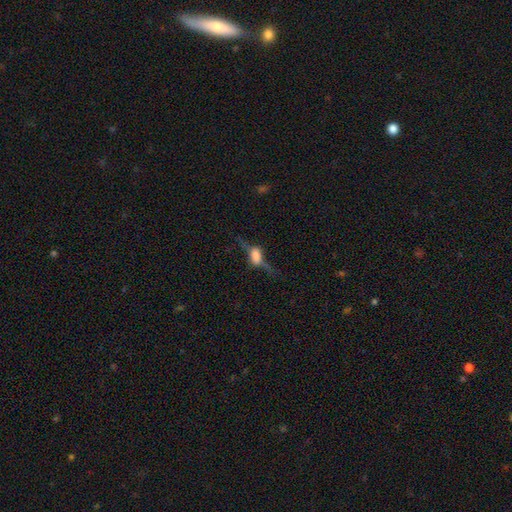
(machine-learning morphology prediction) type=featured or disk (67%); edge-on=yes (87%); edge-on bulge=rounded (80%); merging=none (59%).